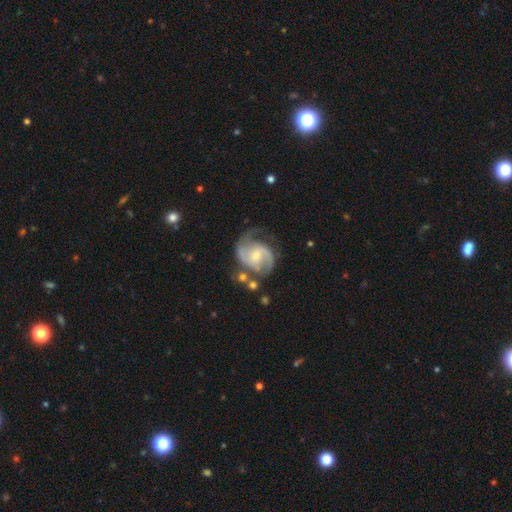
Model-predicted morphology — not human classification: Smooth or featured? Predicted: featured or disk (p=0.88). Edge-on disk? Predicted: no (p=0.98). Bar? Predicted: weak (p=0.47). Spiral arms? Predicted: yes (p=0.97). Spiral winding? Predicted: medium (p=0.55). Spiral arm count? Predicted: 2 (p=0.86). Bulge size? Predicted: small (p=0.50). Merging? Predicted: none (p=0.61).